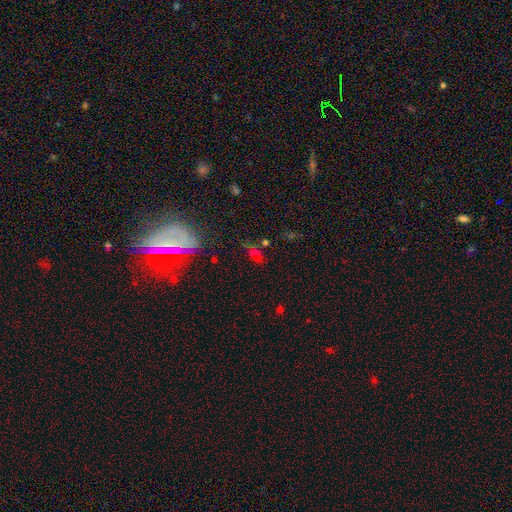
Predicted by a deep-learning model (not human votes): The model was most divided on "smooth or featured": smooth: 47%, star or artifact: 38%, featured or disk: 15%. More confident: merging — none (61%).